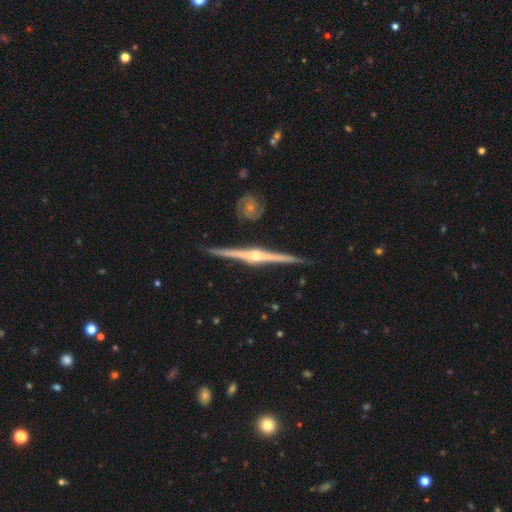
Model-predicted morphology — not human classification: This appears to be a featured or disk galaxy (88%) viewed edge-on (98%) with a rounded central bulge (85%). Merging: none (89%).